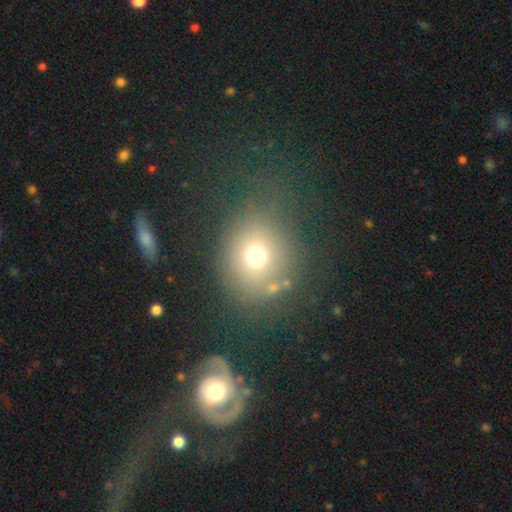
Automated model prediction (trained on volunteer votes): A smooth galaxy with no disk features (69%) that is round (78%).

Vote fractions:
- Smooth or featured? smooth: 69% / star or artifact: 18% / featured or disk: 13%
- How rounded? round: 78% / in between: 21% / cigar-shaped: 1%
- Merging? none: 66% / minor disturbance: 15% / major disturbance: 14% / merger: 4%